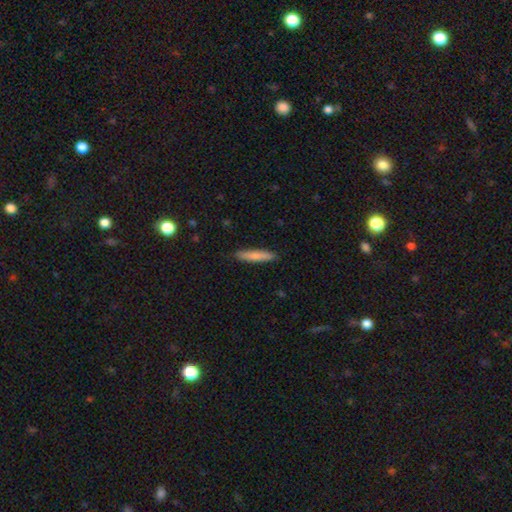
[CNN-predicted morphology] Overall: smooth (79%). How rounded: cigar-shaped (90%). Merging: none (89%).